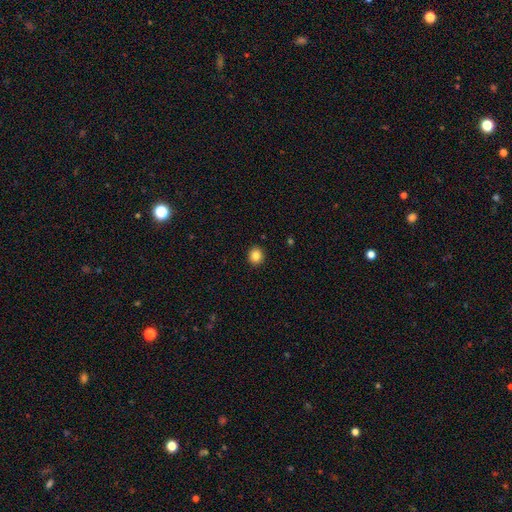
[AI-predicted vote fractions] Smooth or featured? Predicted: smooth (p=0.85). How rounded? Predicted: round (p=0.86). Merging? Predicted: none (p=0.92).